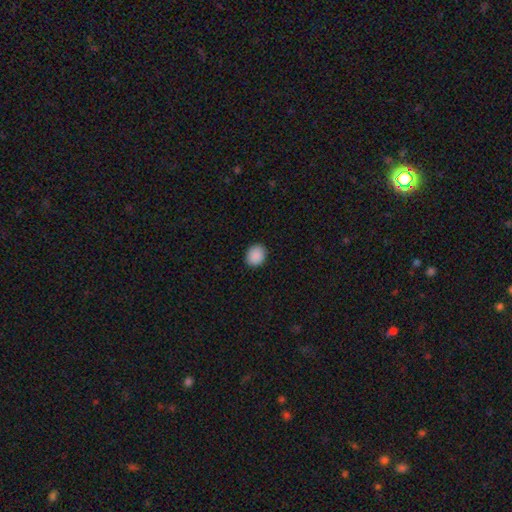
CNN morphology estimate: A smooth galaxy with no disk features (90%) that is round (63%). Merging: none (90%).